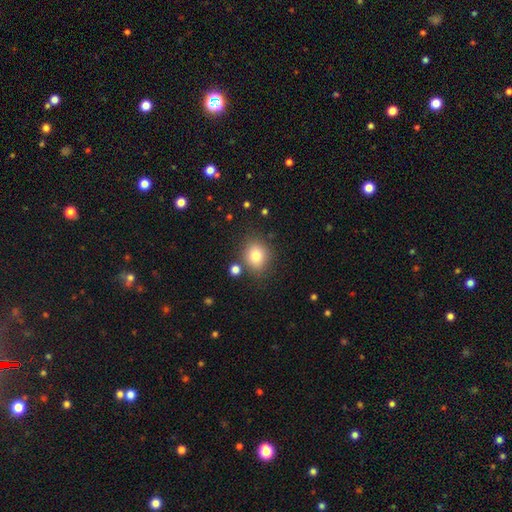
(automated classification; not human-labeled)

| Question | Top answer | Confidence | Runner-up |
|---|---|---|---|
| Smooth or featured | smooth | 80% | star or artifact (11%) |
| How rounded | round | 64% | in between (35%) |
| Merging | none | 78% | minor disturbance (11%) |